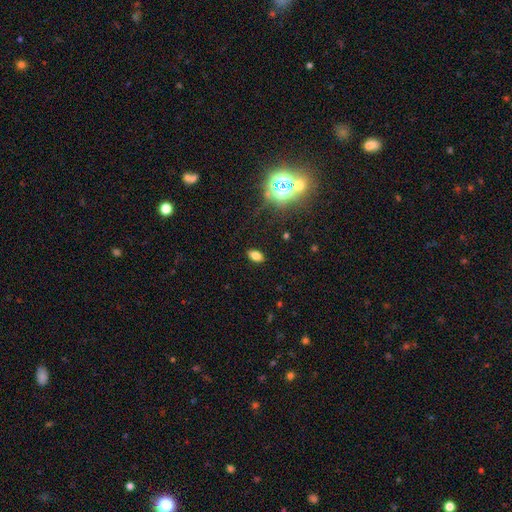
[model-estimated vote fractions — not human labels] Overall: smooth (76%). How rounded: in between (89%). Merging: none (88%).